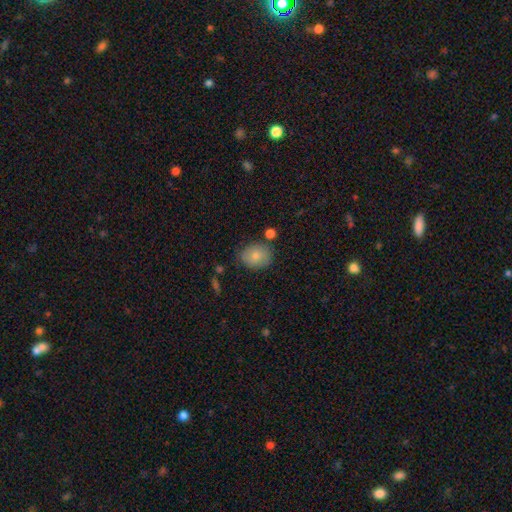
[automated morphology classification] Overall: smooth (80%). How rounded: round (50%; in between 49%). Merging: none (74%).